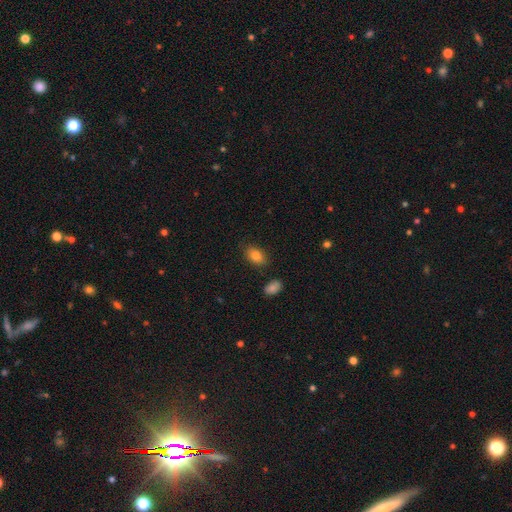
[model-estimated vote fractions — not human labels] Smooth or featured?
  - smooth: 85% *
  - star or artifact: 8%
  - featured or disk: 7%
How rounded?
  - in between: 87% *
  - round: 12%
  - cigar-shaped: 1%
Merging?
  - none: 82% *
  - minor disturbance: 12%
  - major disturbance: 3%
  - merger: 3%